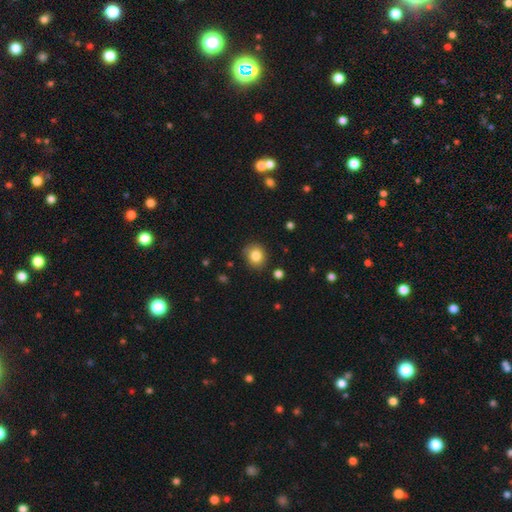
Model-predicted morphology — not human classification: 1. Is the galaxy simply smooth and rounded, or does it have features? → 83% smooth, 10% star or artifact, 7% featured or disk.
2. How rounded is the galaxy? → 74% round, 25% in between, 1% cigar-shaped.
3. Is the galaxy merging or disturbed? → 83% none, 12% minor disturbance, 3% major disturbance, 2% merger.